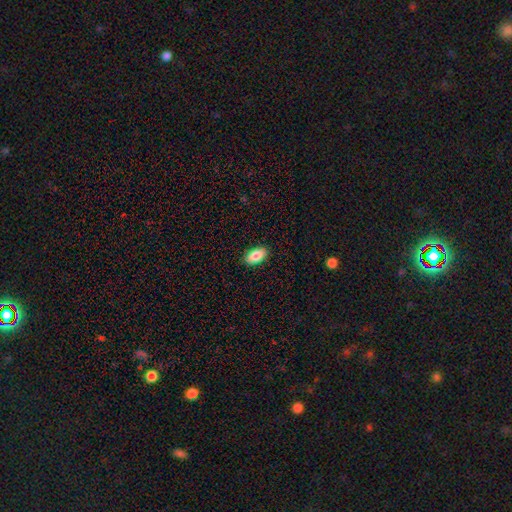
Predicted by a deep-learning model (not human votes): A smooth galaxy with no disk features (84%) that is in between round and cigar-shaped (94%). Merging: none (90%).